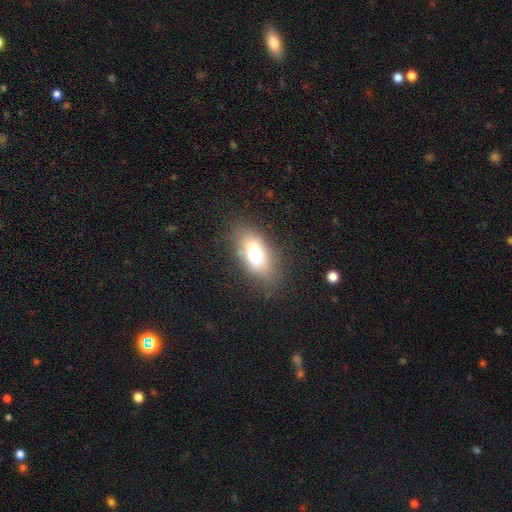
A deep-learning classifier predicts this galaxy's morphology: A smooth galaxy with no disk features (70%) that is in between round and cigar-shaped (85%).

Vote fractions:
- Smooth or featured? smooth: 70% / featured or disk: 18% / star or artifact: 11%
- How rounded? in between: 85% / round: 8% / cigar-shaped: 6%
- Merging? none: 75% / minor disturbance: 16% / major disturbance: 7% / merger: 2%